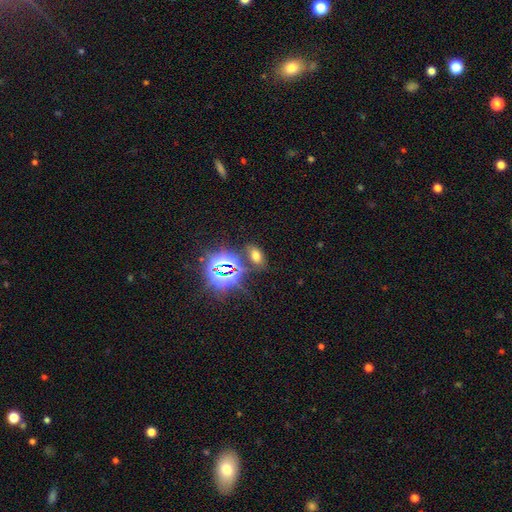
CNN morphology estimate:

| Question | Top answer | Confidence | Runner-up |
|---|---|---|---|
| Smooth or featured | smooth | 54% | star or artifact (37%) |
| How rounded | in between | 87% | round (9%) |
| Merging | none | 77% | minor disturbance (11%) |